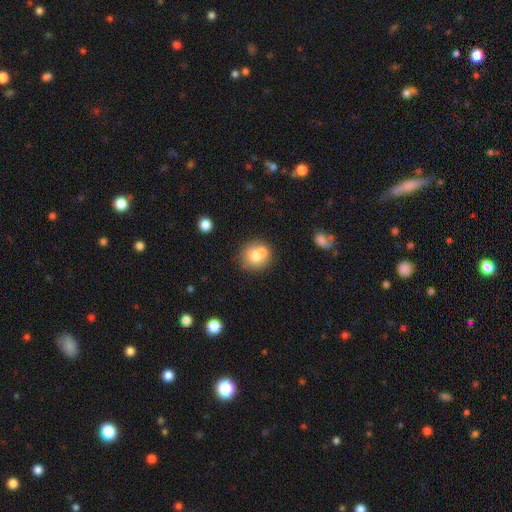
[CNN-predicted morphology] A smooth galaxy with no disk features (69%) that is round (82%). Merging: none (47%).